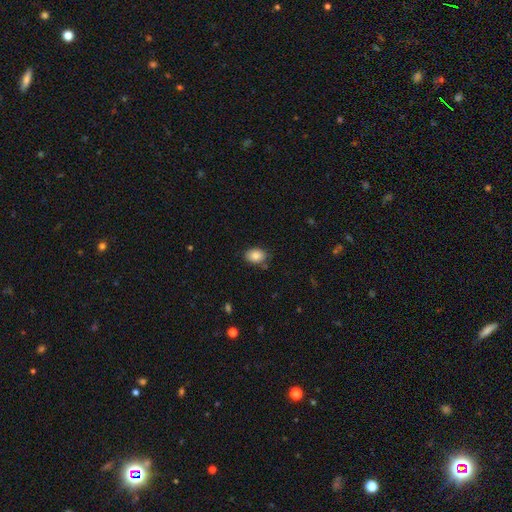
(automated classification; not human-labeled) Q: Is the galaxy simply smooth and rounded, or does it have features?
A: smooth — 86%.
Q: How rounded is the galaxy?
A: in between — 80%.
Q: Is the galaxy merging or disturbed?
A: none — 79%.